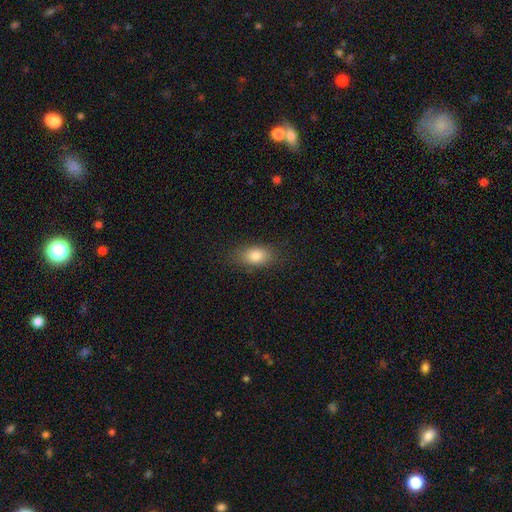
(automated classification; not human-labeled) Overall: smooth (82%). How rounded: in between (84%). Merging: none (83%).